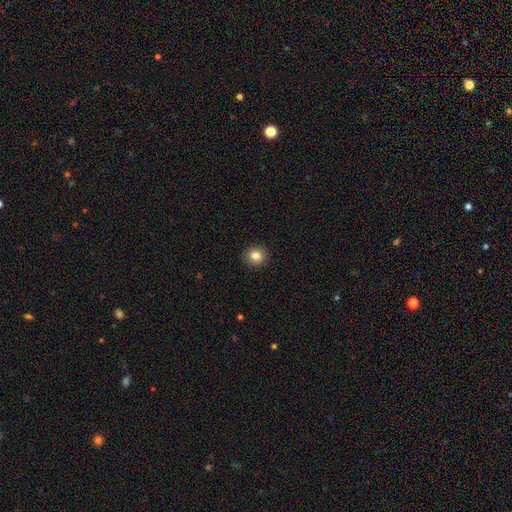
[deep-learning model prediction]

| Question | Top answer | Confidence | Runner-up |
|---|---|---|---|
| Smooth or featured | smooth | 83% | star or artifact (11%) |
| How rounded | round | 91% | in between (8%) |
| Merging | none | 92% | minor disturbance (5%) |